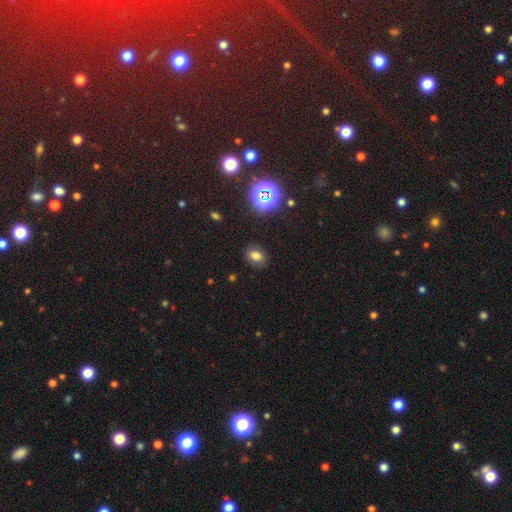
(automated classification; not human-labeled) A smooth galaxy with no disk features (73%) that is in between round and cigar-shaped (68%).

Vote fractions:
- Smooth or featured? smooth: 73% / star or artifact: 19% / featured or disk: 8%
- How rounded? in between: 68% / round: 30% / cigar-shaped: 1%
- Merging? none: 86% / minor disturbance: 10% / major disturbance: 3% / merger: 2%